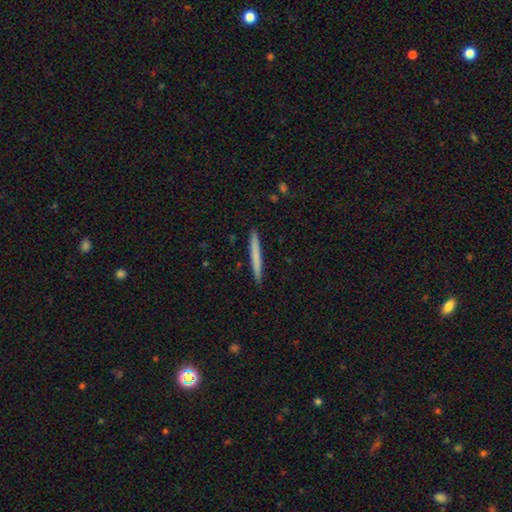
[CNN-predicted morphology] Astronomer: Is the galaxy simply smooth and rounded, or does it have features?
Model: smooth — 68%.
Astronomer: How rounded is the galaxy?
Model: cigar-shaped — 97%.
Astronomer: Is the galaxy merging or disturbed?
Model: none — 93%.